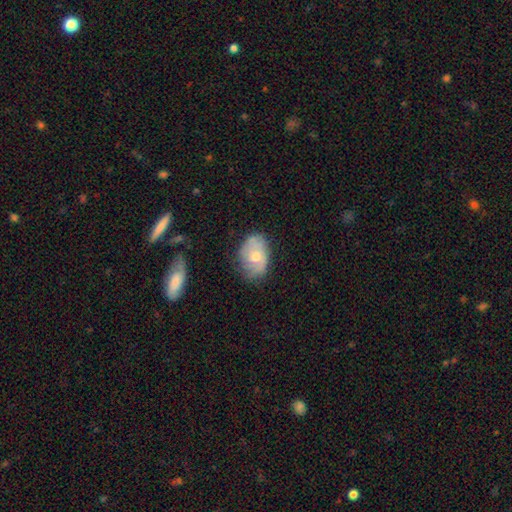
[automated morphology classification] Overall: featured or disk (53%; smooth 40%). Edge-on disk: no (96%). Bar: no (74%). Spiral arms: yes (78%). Bulge size: moderate (57%; small 37%). Merging: none (64%; minor disturbance 26%).